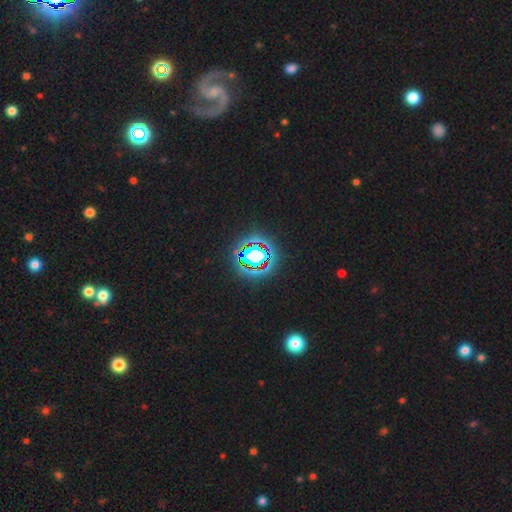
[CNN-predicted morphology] star or artifact 68%, smooth 18%, featured or disk 14%.